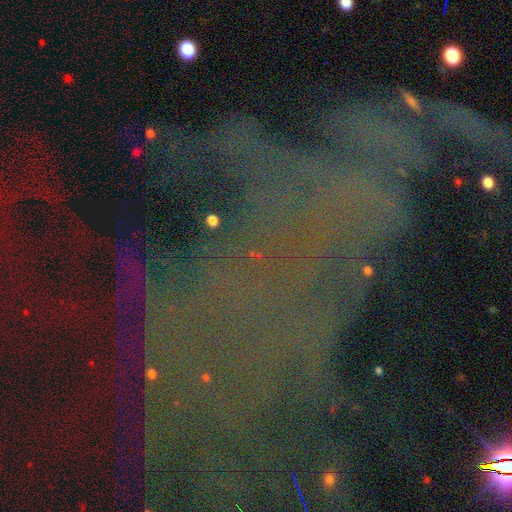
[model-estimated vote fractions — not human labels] Smooth or featured: star or artifact — 78% (featured or disk — 13%)